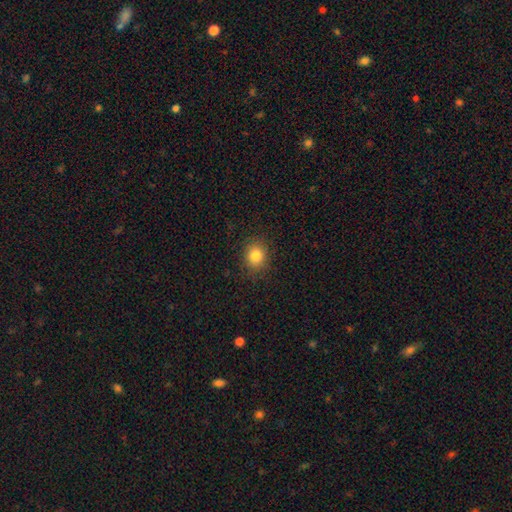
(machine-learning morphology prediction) Smooth or featured? Predicted: smooth (p=0.83). How rounded? Predicted: round (p=0.70). Merging? Predicted: none (p=0.88).